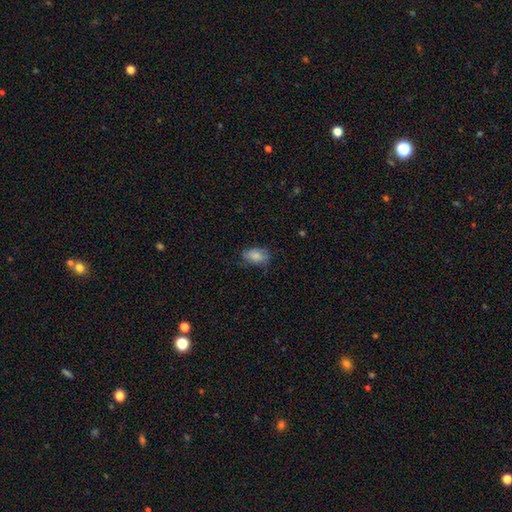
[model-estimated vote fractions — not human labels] Smooth or featured: smooth — 80% (featured or disk — 12%)
How rounded: in between — 90% (round — 7%)
Merging: none — 65% (minor disturbance — 26%)